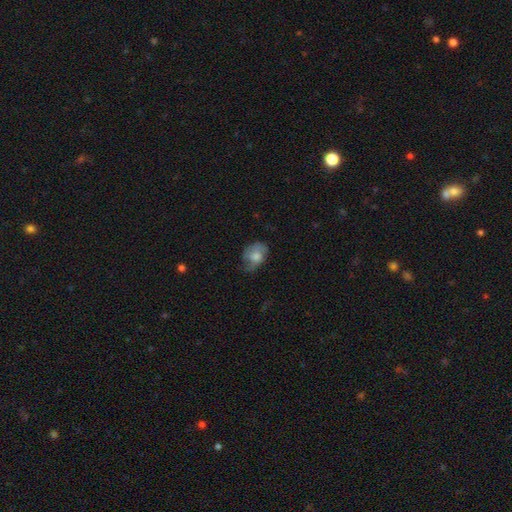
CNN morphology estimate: This is likely a smooth galaxy (62%). How rounded: likely in between (71%). Merging: marginally none (44%).